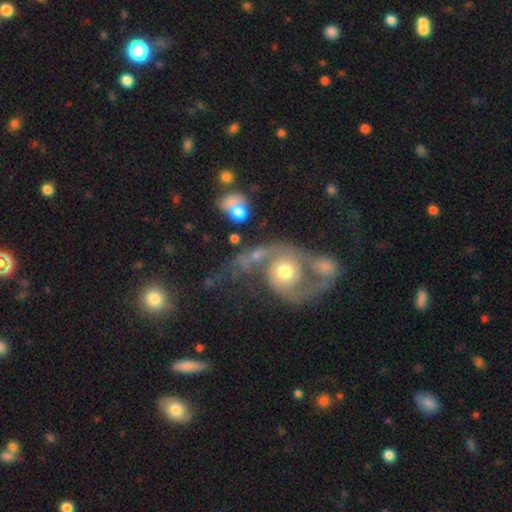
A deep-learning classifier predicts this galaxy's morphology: A featured or disk galaxy (73%) with no bar (75%), 2 (78%) loose (43%) spiral arms (85%) and a moderate central bulge (65%).

Vote fractions:
- Smooth or featured? featured or disk: 73% / smooth: 19% / star or artifact: 8%
- Edge-on disk? no: 97% / yes: 3%
- Bar? no: 75% / weak: 20% / strong: 6%
- Spiral arms? yes: 85% / no: 15%
- Spiral winding? loose: 43% / medium: 40% / tight: 17%
- Spiral arm count? 2: 78% / 1: 12% / can't tell: 6% / 3: 2% / 4: 1% / more than 4: 1%
- Bulge size? moderate: 65% / small: 17% / large: 13% / none: 2% / dominant: 2%
- Merging? merger: 43% / none: 24% / major disturbance: 21% / minor disturbance: 12%